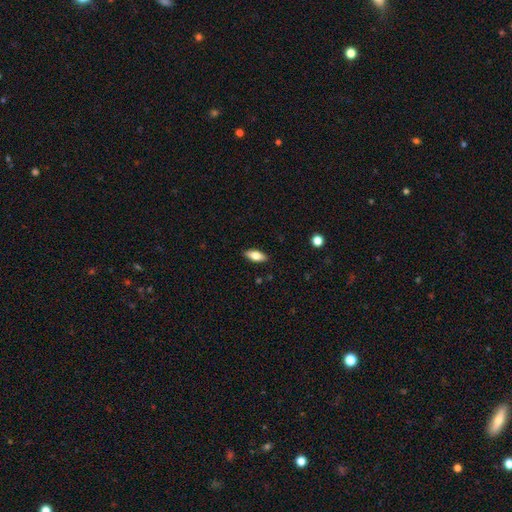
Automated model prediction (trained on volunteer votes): The model was most divided on "smooth or featured": smooth: 72%, featured or disk: 22%, star or artifact: 7%. More confident: merging — none (89%); how rounded — in between (81%).